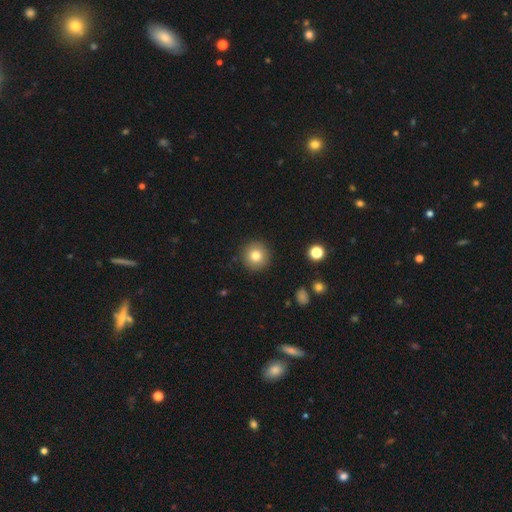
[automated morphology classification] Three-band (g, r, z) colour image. It shows a smooth galaxy with no disk features (80%) that is round (95%). Merging: none (91%).